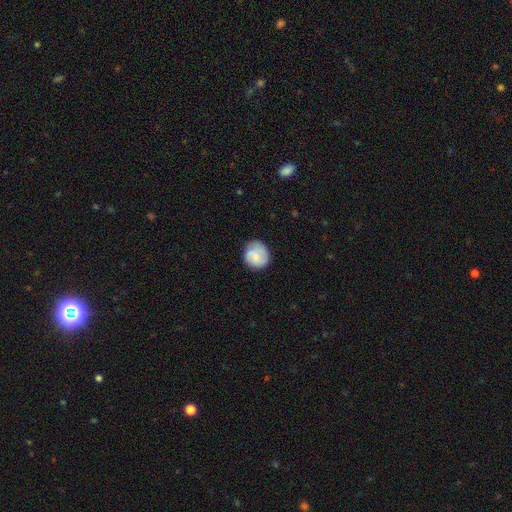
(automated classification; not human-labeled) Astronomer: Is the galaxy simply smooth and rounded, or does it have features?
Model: smooth — 65%.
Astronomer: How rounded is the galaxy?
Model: round — 85%.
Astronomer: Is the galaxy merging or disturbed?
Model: none — 72%.